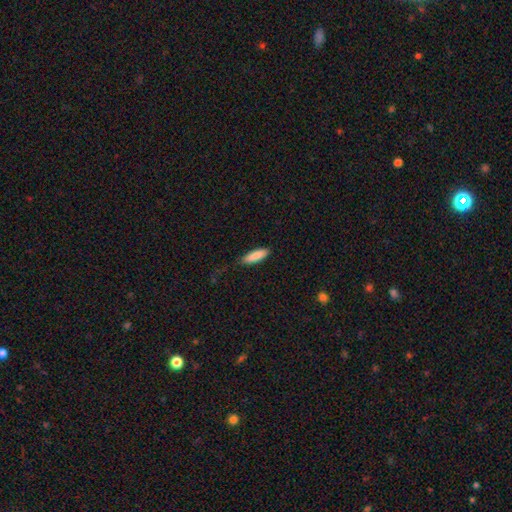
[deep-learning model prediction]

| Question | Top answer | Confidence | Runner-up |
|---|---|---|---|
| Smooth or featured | smooth | 87% | featured or disk (7%) |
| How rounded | cigar-shaped | 55% | in between (44%) |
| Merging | none | 80% | minor disturbance (16%) |